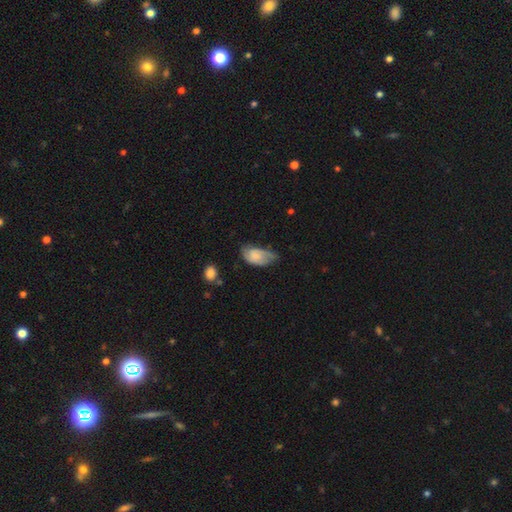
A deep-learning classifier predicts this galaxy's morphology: smooth-or-featured: smooth: 57% | featured or disk: 36% | star or artifact: 7%
  how-rounded: in between: 92% | round: 6% | cigar-shaped: 2%
  merging: minor disturbance: 43% | none: 36% | major disturbance: 18% | merger: 3%